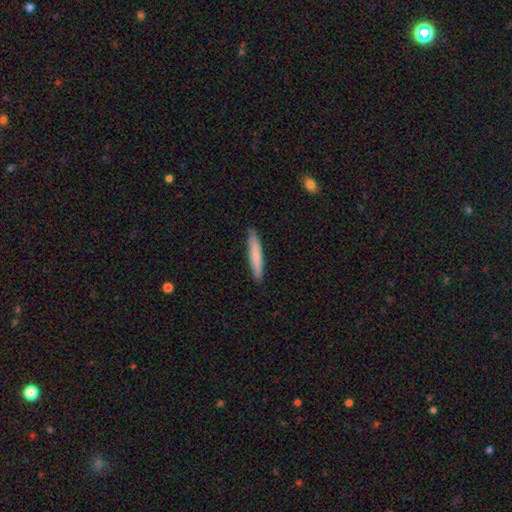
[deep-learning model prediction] Overall: smooth (76%). How rounded: cigar-shaped (94%). Merging: none (90%).